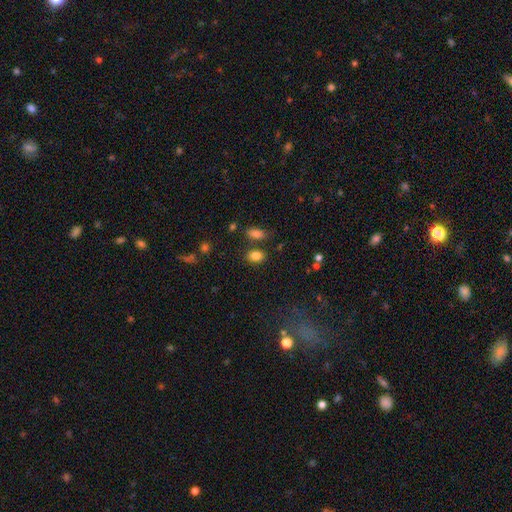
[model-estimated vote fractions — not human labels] Smooth or featured? Predicted: smooth (p=0.84). How rounded? Predicted: in between (p=0.79). Merging? Predicted: none (p=0.77).